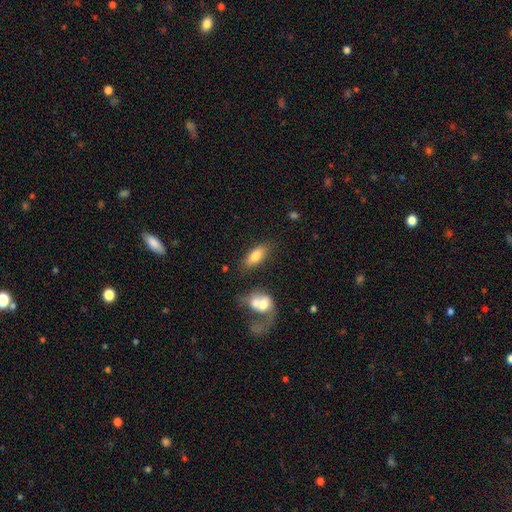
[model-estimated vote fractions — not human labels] smooth 77%, featured or disk 16%, star or artifact 8%. Down the decision tree: how rounded — in between (80%); merging — none (70%).